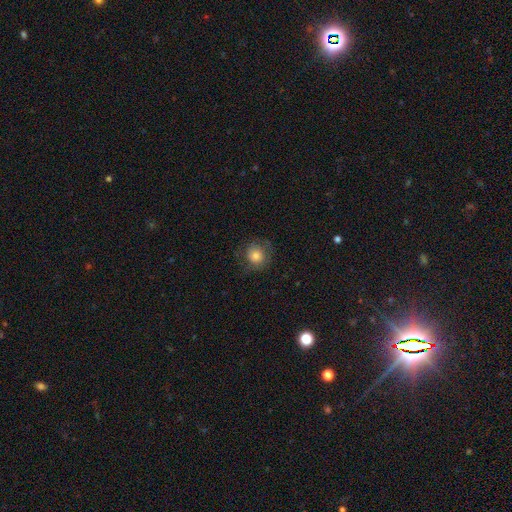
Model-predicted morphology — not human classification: This appears to be a smooth galaxy with no disk features (74%) that is round (89%). Merging: none (75%).